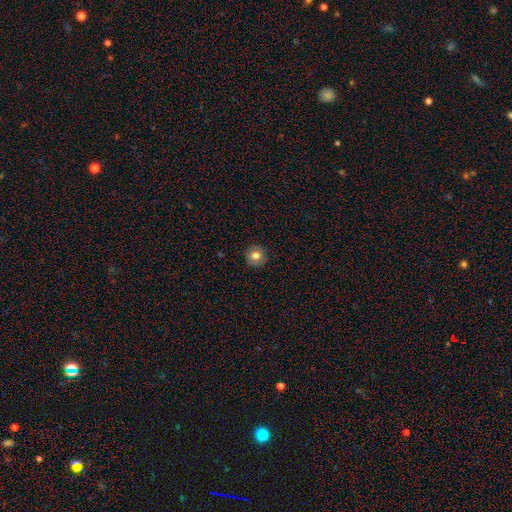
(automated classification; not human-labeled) A smooth galaxy with no disk features (77%) that is round (91%).

Vote fractions:
- Smooth or featured? smooth: 77% / featured or disk: 13% / star or artifact: 10%
- How rounded? round: 91% / in between: 8% / cigar-shaped: 1%
- Merging? none: 89% / minor disturbance: 8% / major disturbance: 2% / merger: 1%